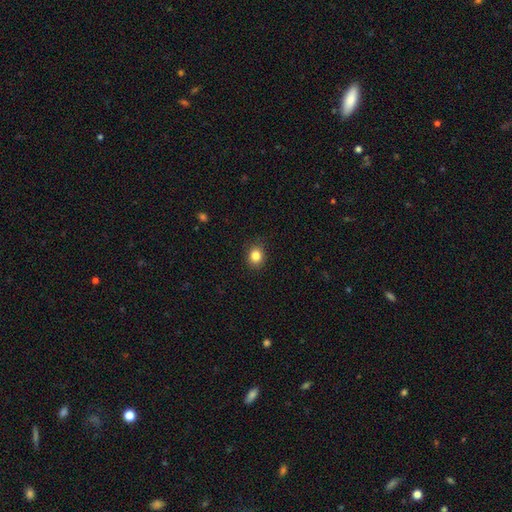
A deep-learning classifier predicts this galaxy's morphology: A smooth galaxy with no disk features (84%) that is round (67%).

Vote fractions:
- Smooth or featured? smooth: 84% / star or artifact: 11% / featured or disk: 6%
- How rounded? round: 67% / in between: 32% / cigar-shaped: 1%
- Merging? none: 89% / minor disturbance: 8% / major disturbance: 2% / merger: 1%